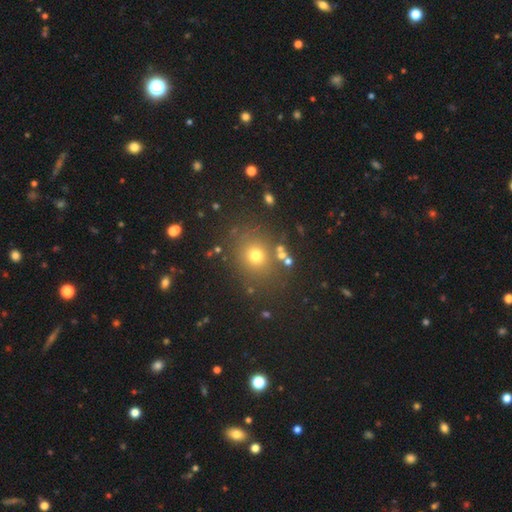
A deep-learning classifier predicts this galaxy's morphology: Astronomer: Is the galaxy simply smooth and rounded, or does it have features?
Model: smooth — 69%.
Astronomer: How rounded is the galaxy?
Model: round — 76%.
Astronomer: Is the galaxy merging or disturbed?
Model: none — 80%.